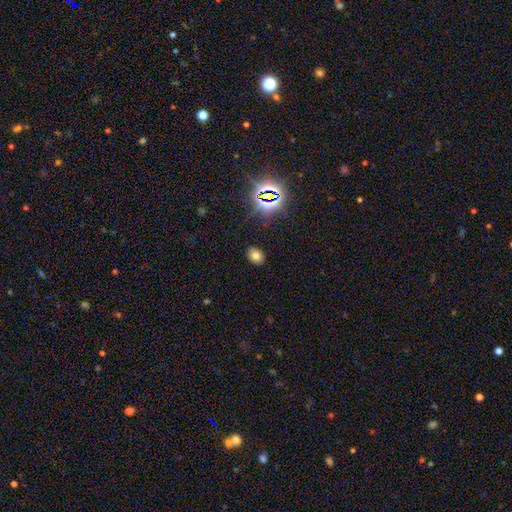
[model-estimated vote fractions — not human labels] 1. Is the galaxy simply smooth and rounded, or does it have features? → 71% smooth, 20% star or artifact, 9% featured or disk.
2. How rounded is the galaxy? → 69% in between, 30% round, 1% cigar-shaped.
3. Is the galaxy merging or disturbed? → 87% none, 9% minor disturbance, 3% major disturbance, 1% merger.